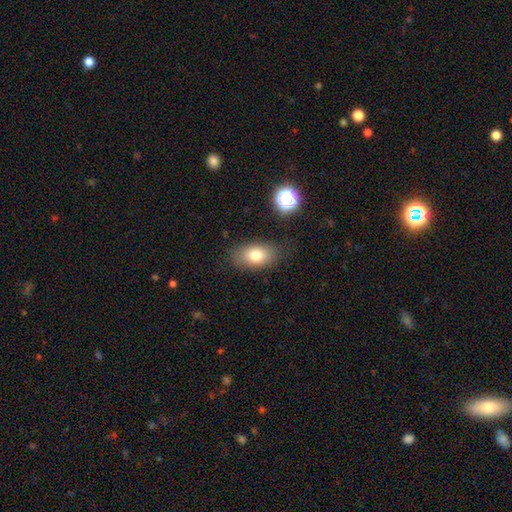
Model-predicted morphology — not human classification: A smooth galaxy with no disk features (77%) that is in between round and cigar-shaped (84%). Merging: none (80%).